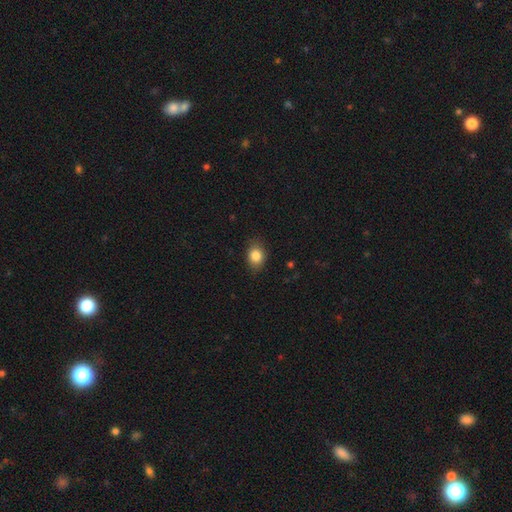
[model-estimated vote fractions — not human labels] Smooth or featured?
  - smooth: 85% *
  - star or artifact: 9%
  - featured or disk: 6%
How rounded?
  - in between: 62% *
  - round: 37%
  - cigar-shaped: 1%
Merging?
  - none: 82% *
  - minor disturbance: 14%
  - major disturbance: 3%
  - merger: 1%